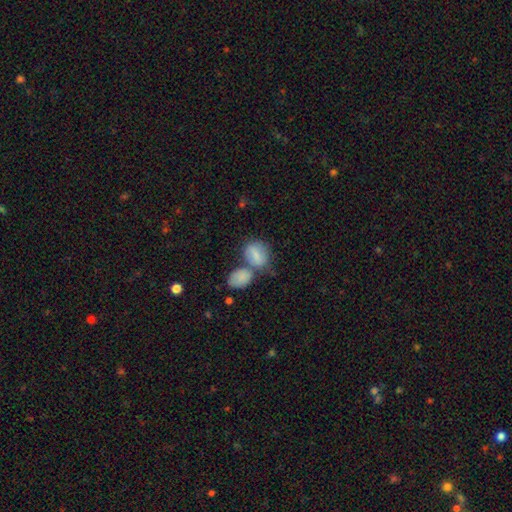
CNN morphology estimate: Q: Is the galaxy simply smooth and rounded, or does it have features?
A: smooth — 78%.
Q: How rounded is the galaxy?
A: in between — 74%.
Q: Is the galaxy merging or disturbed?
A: merger — 53%.